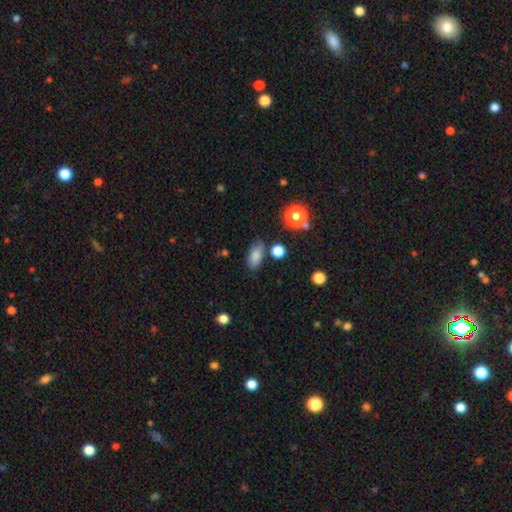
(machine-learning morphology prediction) Q: Smooth or featured?
A: smooth (82%); runner-up: star or artifact (10%)
Q: How rounded?
A: in between (85%); runner-up: round (8%)
Q: Merging?
A: none (75%); runner-up: minor disturbance (16%)